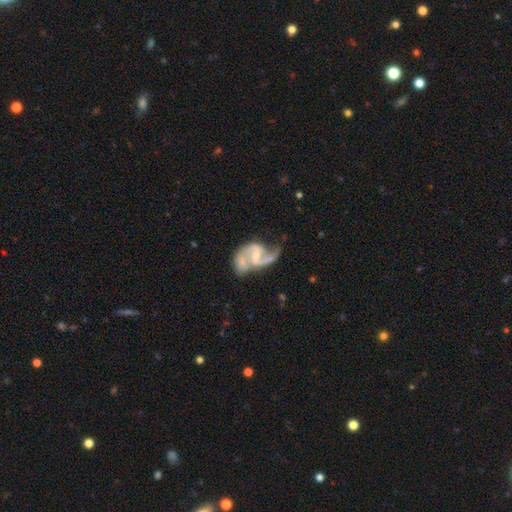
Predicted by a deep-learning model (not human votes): Smooth or featured: featured or disk — 90% (smooth — 6%)
Edge-on disk: no — 98% (yes — 2%)
Bar: weak — 47% (no — 35%)
Spiral arms: yes — 96% (no — 4%)
Spiral winding: medium — 49% (loose — 40%)
Spiral arm count: 2 — 88% (1 — 5%)
Bulge size: small — 54% (moderate — 39%)
Merging: none — 47% (minor disturbance — 22%)